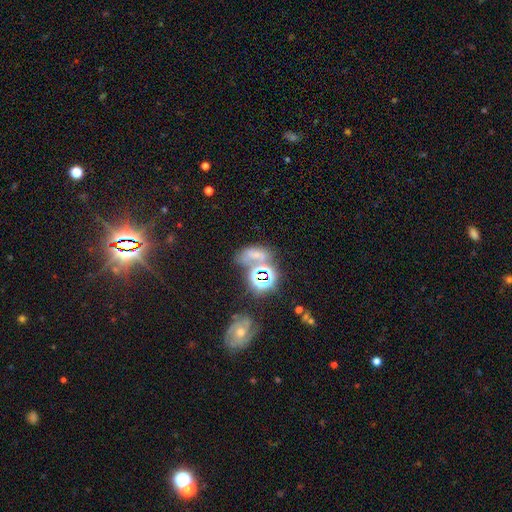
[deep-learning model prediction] A star or artifact, not a galaxy (42%).